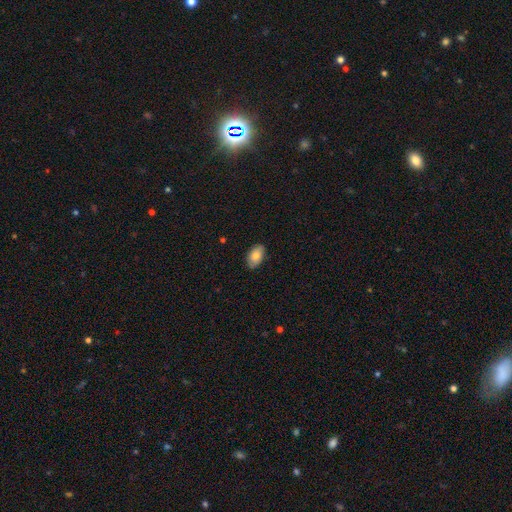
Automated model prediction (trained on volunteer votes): Smooth or featured? smooth (81%)
How rounded? in between (93%)
Merging? none (86%)